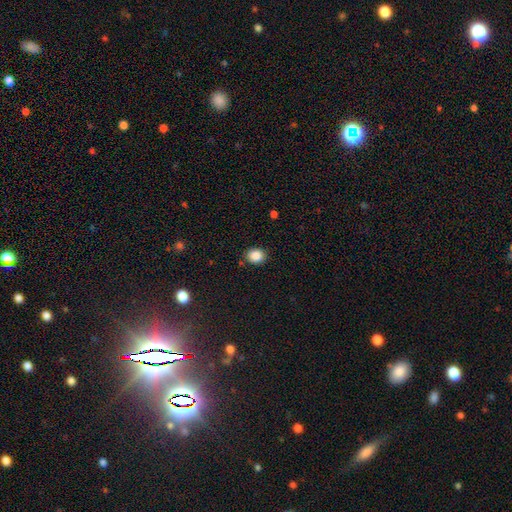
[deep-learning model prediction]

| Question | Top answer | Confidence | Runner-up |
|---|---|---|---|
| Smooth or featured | smooth | 87% | star or artifact (9%) |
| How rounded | round | 67% | in between (32%) |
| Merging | none | 87% | minor disturbance (9%) |